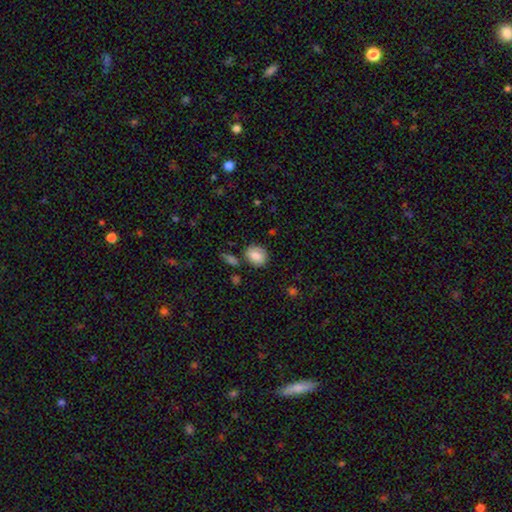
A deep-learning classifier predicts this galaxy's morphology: A smooth galaxy with no disk features (84%) that is round (59%). Merging: none (80%).